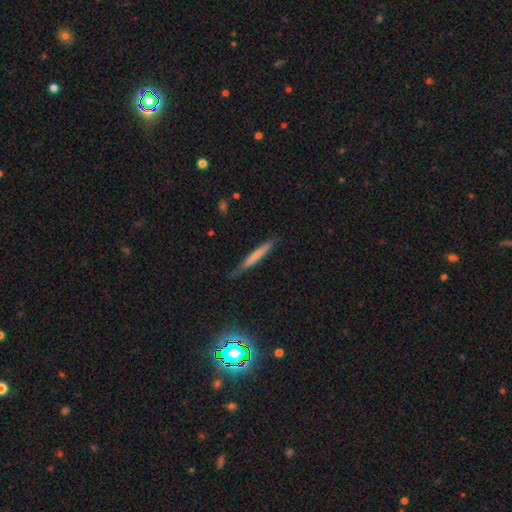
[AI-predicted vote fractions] This is likely a smooth galaxy (62%). How rounded: clearly cigar-shaped (95%). Merging: likely none (77%).